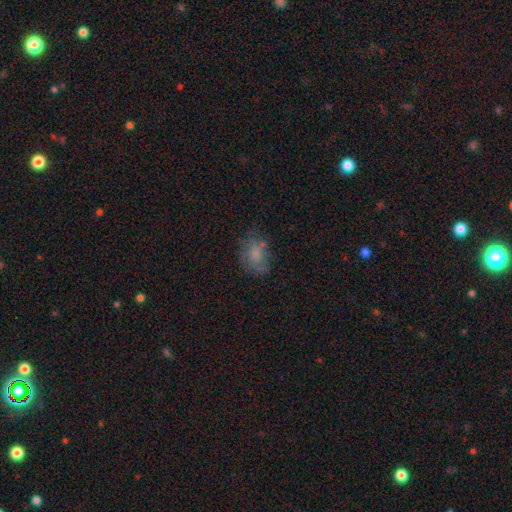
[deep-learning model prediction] Smooth or featured: smooth — 70% (featured or disk — 19%)
How rounded: in between — 65% (round — 34%)
Merging: none — 58% (minor disturbance — 24%)